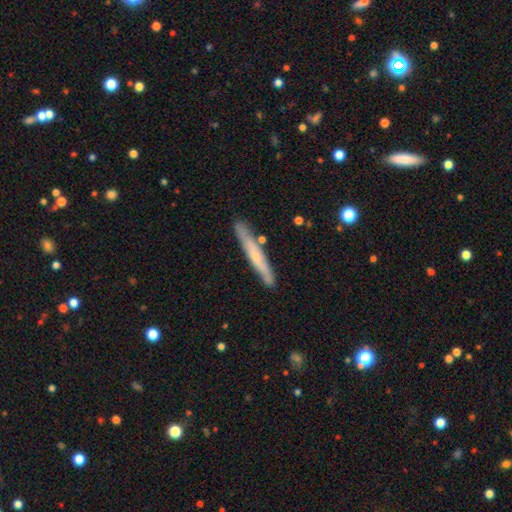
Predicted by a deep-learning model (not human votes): Smooth or featured: featured or disk — 50% (smooth — 45%)
Merging: none — 84% (minor disturbance — 11%)